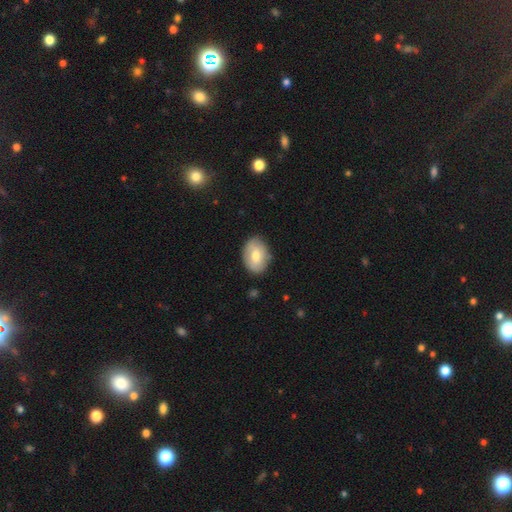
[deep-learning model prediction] smooth-or-featured: smooth: 66% | featured or disk: 28% | star or artifact: 6%
  how-rounded: in between: 76% | round: 23% | cigar-shaped: 1%
  merging: none: 81% | minor disturbance: 15% | major disturbance: 3% | merger: 1%